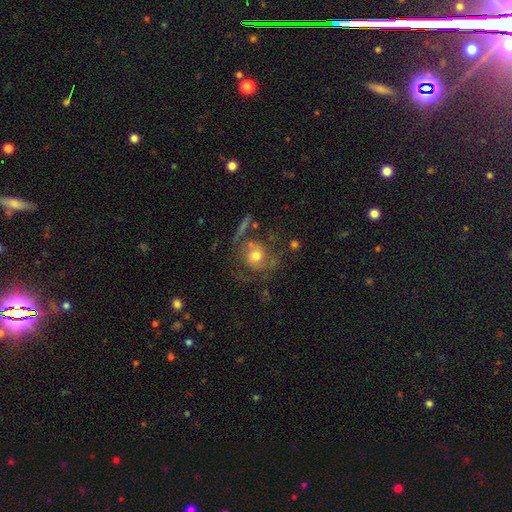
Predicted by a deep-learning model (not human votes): The model was most divided on "smooth or featured": featured or disk: 56%, smooth: 34%, star or artifact: 9%. More confident: edge-on disk — no (95%); bar — no (79%); spiral arms — yes (72%); bulge size — moderate (69%); merging — none (50%).